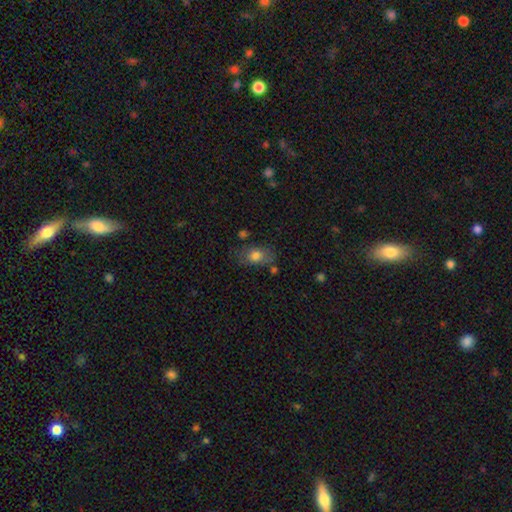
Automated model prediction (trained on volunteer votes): Smooth or featured?
  - smooth: 77% *
  - featured or disk: 14%
  - star or artifact: 9%
How rounded?
  - in between: 81% *
  - round: 17%
  - cigar-shaped: 2%
Merging?
  - none: 62% *
  - minor disturbance: 22%
  - major disturbance: 8%
  - merger: 8%